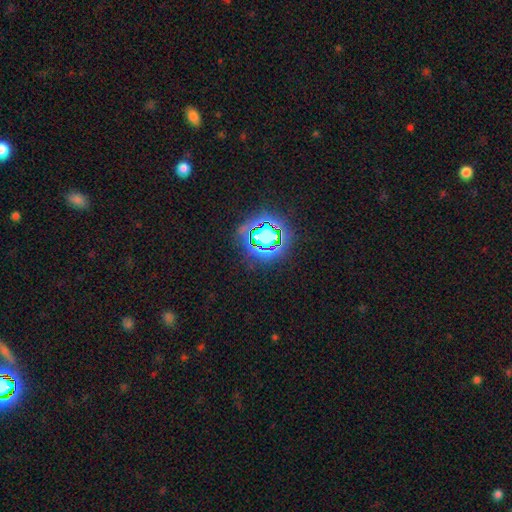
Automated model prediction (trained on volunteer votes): Smooth or featured? star or artifact (80%)